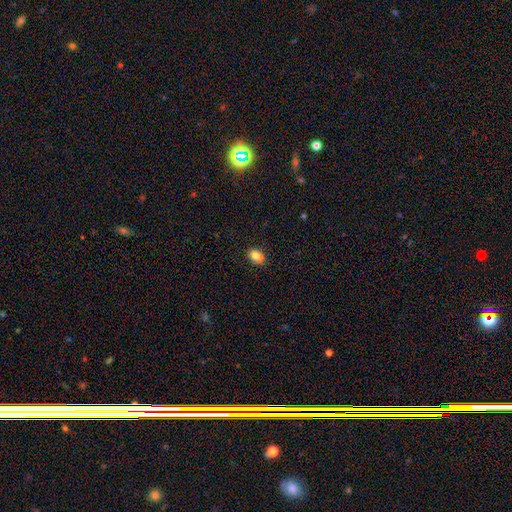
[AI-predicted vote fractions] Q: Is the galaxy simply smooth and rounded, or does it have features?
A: smooth — 81%.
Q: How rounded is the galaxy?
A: in between — 68%.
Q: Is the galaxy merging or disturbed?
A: none — 79%.